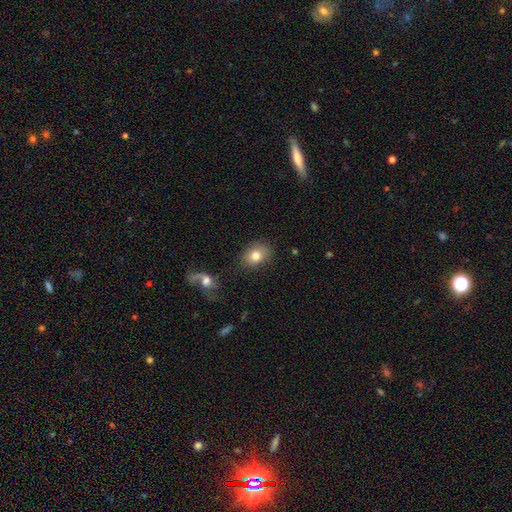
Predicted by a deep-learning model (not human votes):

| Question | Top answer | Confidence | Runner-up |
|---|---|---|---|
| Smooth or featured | smooth | 80% | featured or disk (11%) |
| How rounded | in between | 63% | round (35%) |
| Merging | none | 81% | minor disturbance (11%) |